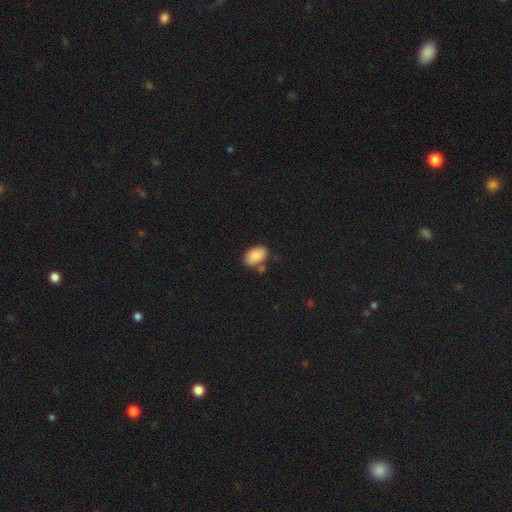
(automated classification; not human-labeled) This is clearly a smooth galaxy (88%). How rounded: clearly in between (90%). Merging: likely none (66%).